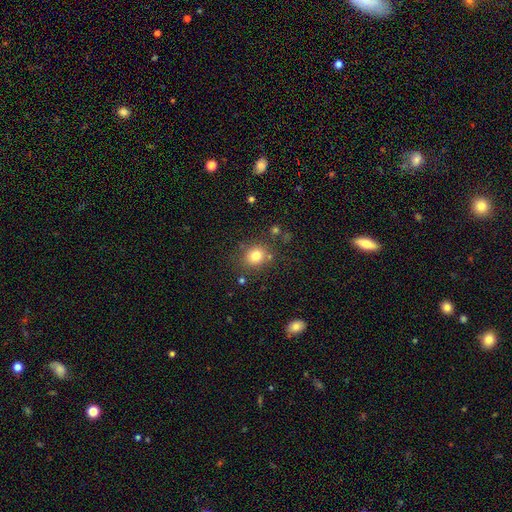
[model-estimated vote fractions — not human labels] Smooth or featured? smooth (80%)
How rounded? round (74%)
Merging? none (79%)